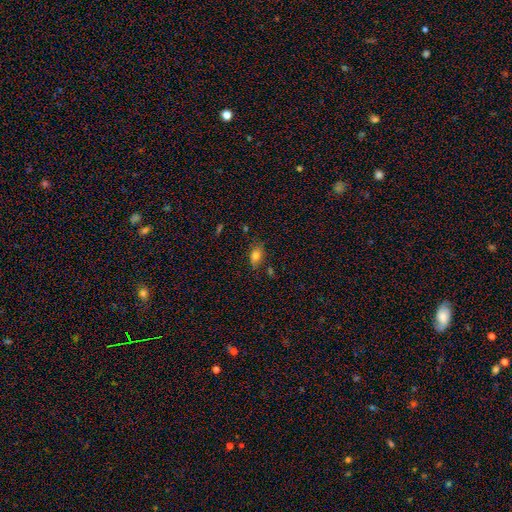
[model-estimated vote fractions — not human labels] smooth_or_featured: smooth (p=0.74) [alt: featured or disk p=0.14]
how_rounded: in between (p=0.77) [alt: round p=0.18]
merging: none (p=0.68) [alt: minor disturbance p=0.22]